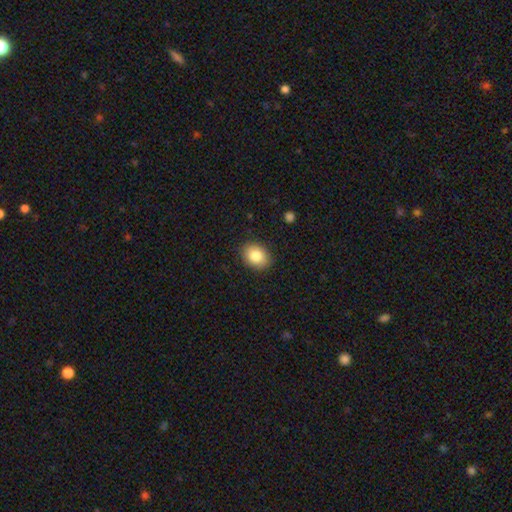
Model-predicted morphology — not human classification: A smooth galaxy with no disk features (83%) that is in between round and cigar-shaped (63%).

Vote fractions:
- Smooth or featured? smooth: 83% / featured or disk: 9% / star or artifact: 8%
- How rounded? in between: 63% / round: 36% / cigar-shaped: 1%
- Merging? none: 89% / minor disturbance: 8% / major disturbance: 2% / merger: 1%